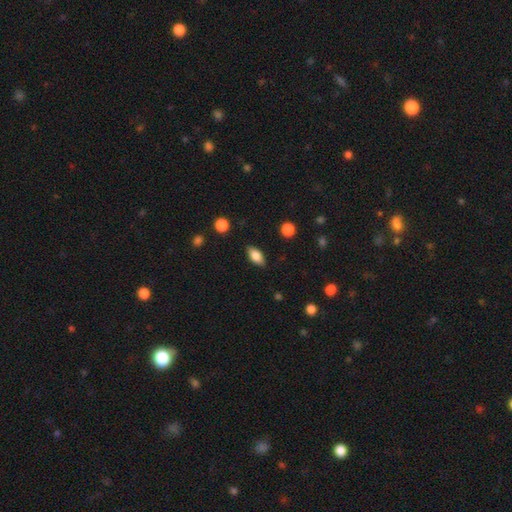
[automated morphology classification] Overall: smooth (78%). How rounded: in between (87%). Merging: none (86%).